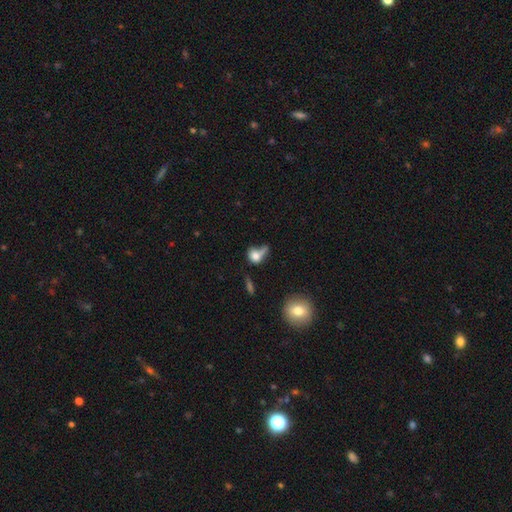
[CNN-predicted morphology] A smooth galaxy with no disk features (71%) that is round (52%).

Vote fractions:
- Smooth or featured? smooth: 71% / featured or disk: 17% / star or artifact: 11%
- How rounded? round: 52% / in between: 43% / cigar-shaped: 5%
- Merging? none: 33% / merger: 30% / major disturbance: 21% / minor disturbance: 16%